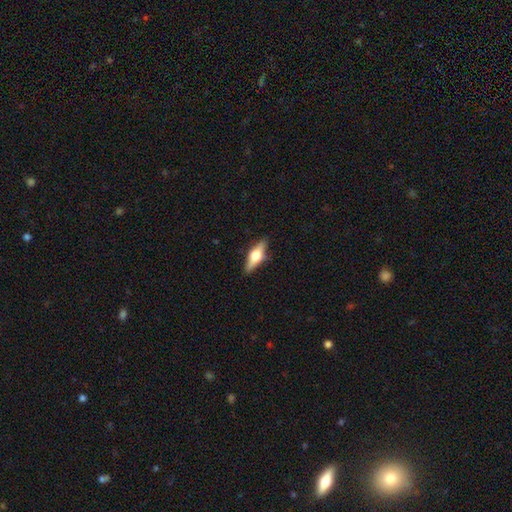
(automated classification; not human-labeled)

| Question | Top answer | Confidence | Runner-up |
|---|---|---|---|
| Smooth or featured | featured or disk | 62% | smooth (32%) |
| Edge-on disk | yes | 95% | no (5%) |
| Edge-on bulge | rounded | 95% | boxy (4%) |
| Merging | none | 87% | minor disturbance (9%) |